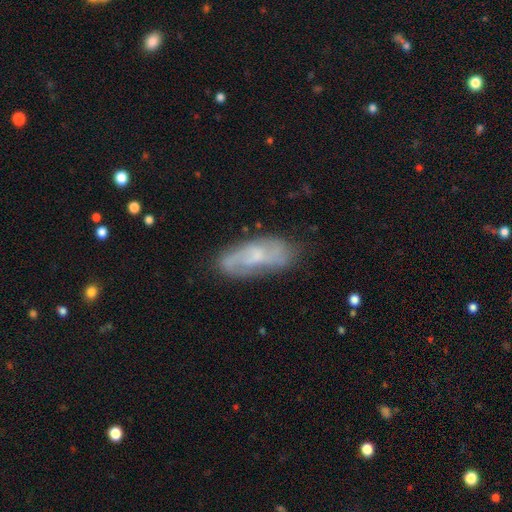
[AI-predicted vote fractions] Overall: featured or disk (58%; smooth 34%). Edge-on disk: no (88%). Bar: no (59%; weak 35%). Spiral arms: yes (76%). Bulge size: small (49%; moderate 28%). Merging: none (69%).